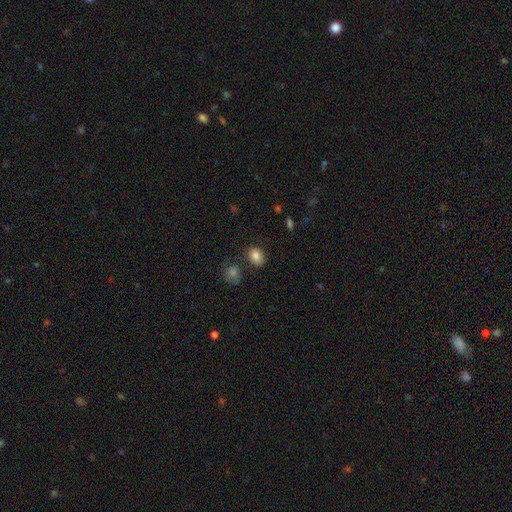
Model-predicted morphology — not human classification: smooth_or_featured: smooth (p=0.83) [alt: star or artifact p=0.10]
how_rounded: in between (p=0.53) [alt: round p=0.46]
merging: none (p=0.77) [alt: minor disturbance p=0.13]